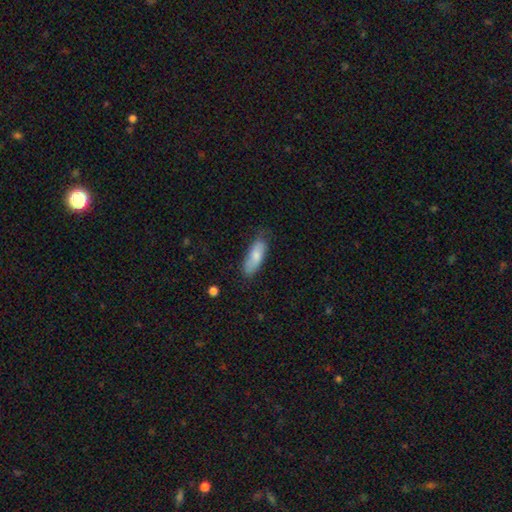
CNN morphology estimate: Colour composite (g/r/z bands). It shows a smooth galaxy with no disk features (76%) that is in between round and cigar-shaped (72%). Merging: none (69%).